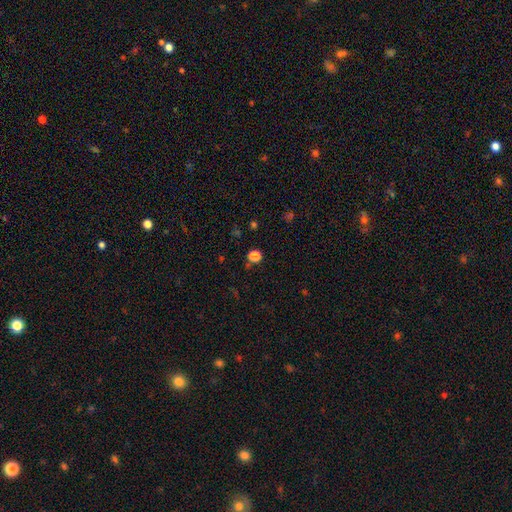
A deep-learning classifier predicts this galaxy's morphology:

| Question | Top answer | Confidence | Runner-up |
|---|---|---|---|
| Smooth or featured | smooth | 76% | star or artifact (20%) |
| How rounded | round | 72% | in between (27%) |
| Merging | none | 79% | minor disturbance (12%) |